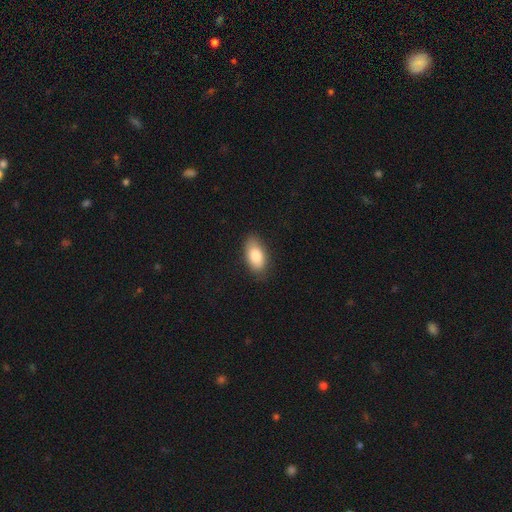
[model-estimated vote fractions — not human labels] smooth 83%, featured or disk 11%, star or artifact 7%. Down the decision tree: how rounded — in between (92%); merging — none (82%).